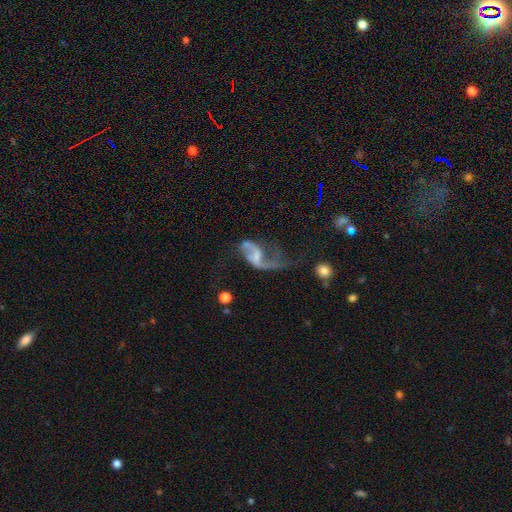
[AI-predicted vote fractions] This is clearly a featured or disk galaxy (80%). It is clearly not viewed edge-on (97%). Bar: marginally weak (43%). Spiral arm pattern: clearly yes (88%). Spiral arm count: clearly 2 (81%). Spiral winding: clearly loose (83%). Central bulge: possibly none (45%). Merging: marginally major disturbance (43%).